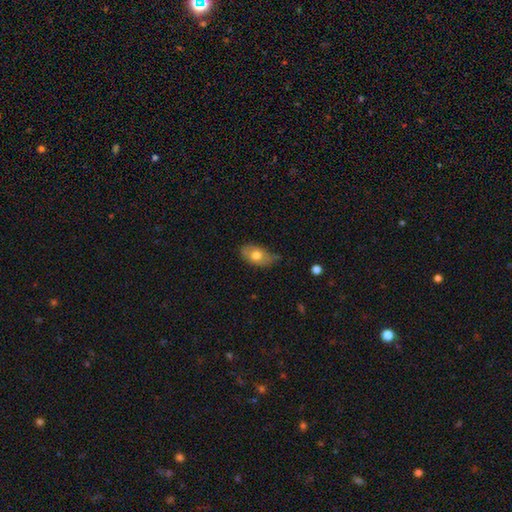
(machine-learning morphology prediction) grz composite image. It shows a smooth galaxy with no disk features (69%) that is in between round and cigar-shaped (88%). Merging: none (56%).